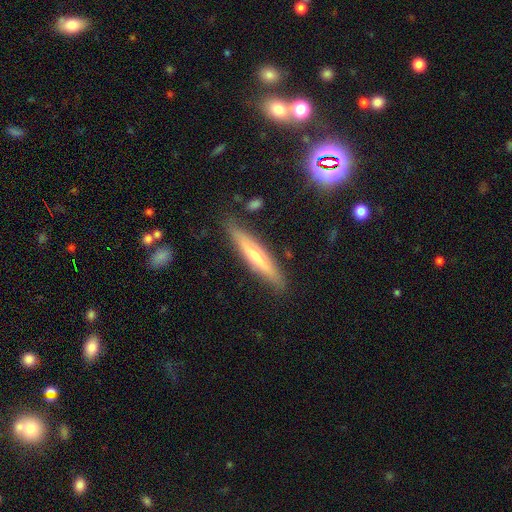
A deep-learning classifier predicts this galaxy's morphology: smooth_or_featured: featured or disk (p=0.48) [alt: smooth p=0.45]
merging: none (p=0.85) [alt: minor disturbance p=0.11]